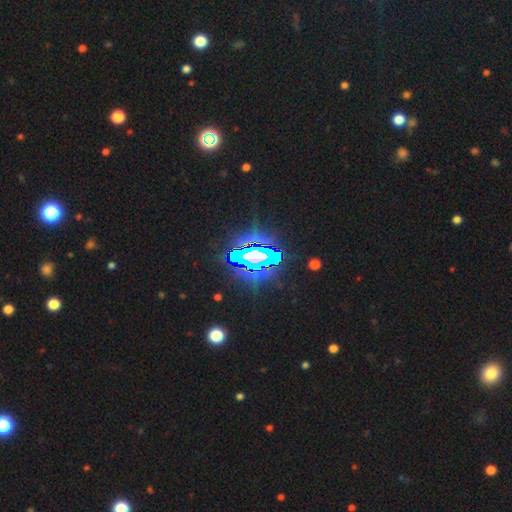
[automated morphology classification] Smooth or featured?
  - star or artifact: 72% *
  - featured or disk: 16%
  - smooth: 12%